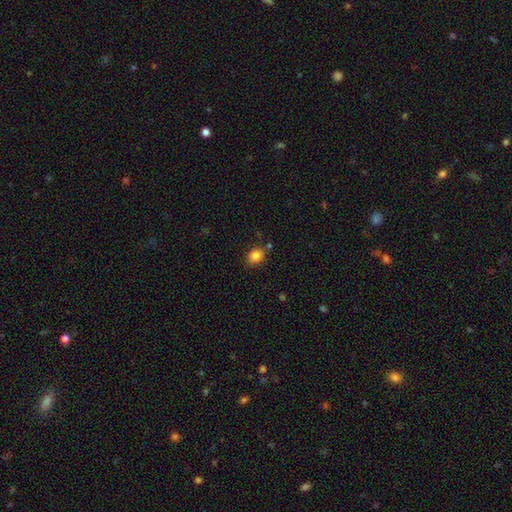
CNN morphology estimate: Smooth or featured: smooth — 84% (star or artifact — 10%)
How rounded: round — 52% (in between — 47%)
Merging: none — 78% (minor disturbance — 13%)